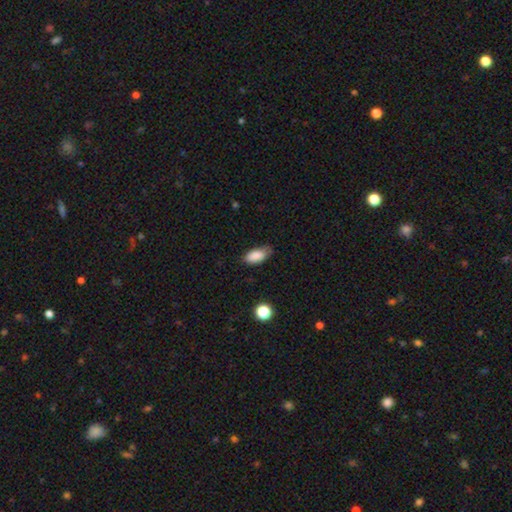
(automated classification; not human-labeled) The model was most divided on "merging": none: 65%, minor disturbance: 28%, major disturbance: 5%, merger: 2%. More confident: how rounded — in between (91%); smooth or featured — smooth (86%).